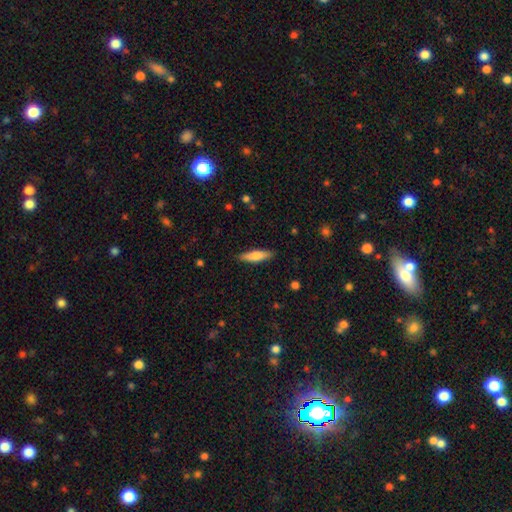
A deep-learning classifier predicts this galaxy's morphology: Smooth or featured? smooth (66%)
How rounded? cigar-shaped (67%)
Merging? none (88%)